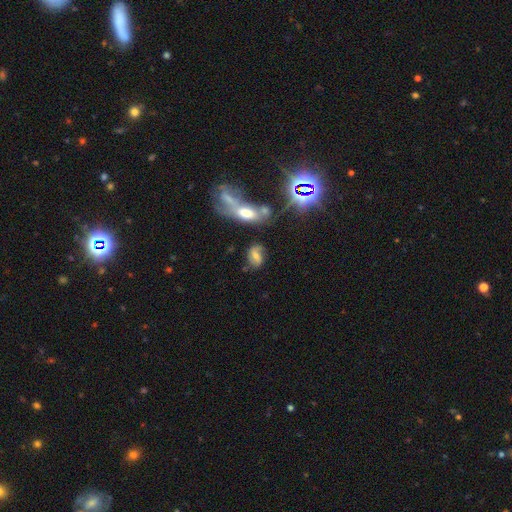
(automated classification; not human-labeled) smooth-or-featured: featured or disk: 48% | smooth: 37% | star or artifact: 15%
  merging: none: 65% | minor disturbance: 19% | major disturbance: 8% | merger: 8%